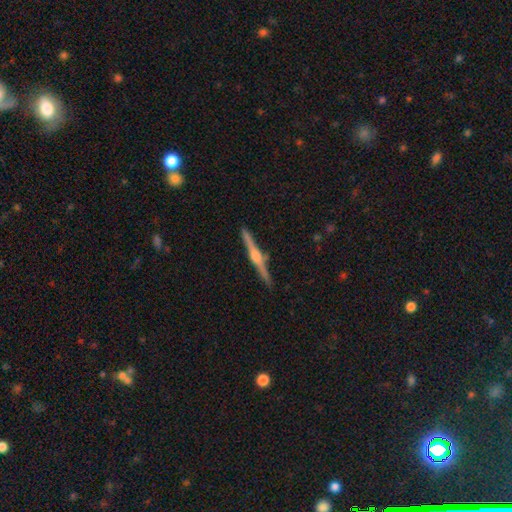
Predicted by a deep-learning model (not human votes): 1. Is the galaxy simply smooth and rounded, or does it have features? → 84% featured or disk, 10% smooth, 5% star or artifact.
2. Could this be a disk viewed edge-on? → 99% yes, 1% no.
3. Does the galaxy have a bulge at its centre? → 90% rounded, 6% boxy, 3% none.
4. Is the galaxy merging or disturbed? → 91% none, 6% minor disturbance, 1% major disturbance, 1% merger.